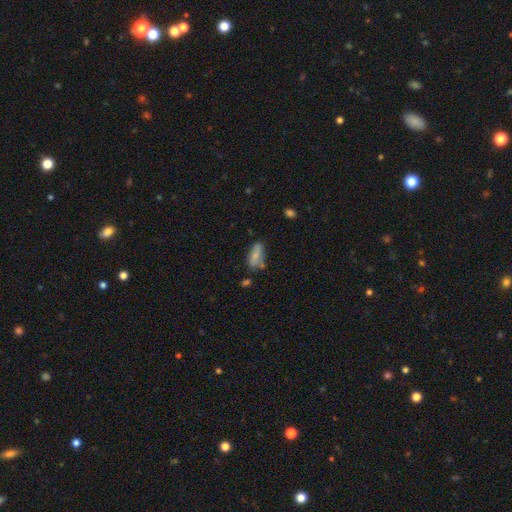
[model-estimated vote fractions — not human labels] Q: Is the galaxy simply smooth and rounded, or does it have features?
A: smooth — 75%.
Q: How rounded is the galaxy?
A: in between — 75%.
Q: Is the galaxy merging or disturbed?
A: none — 53%.